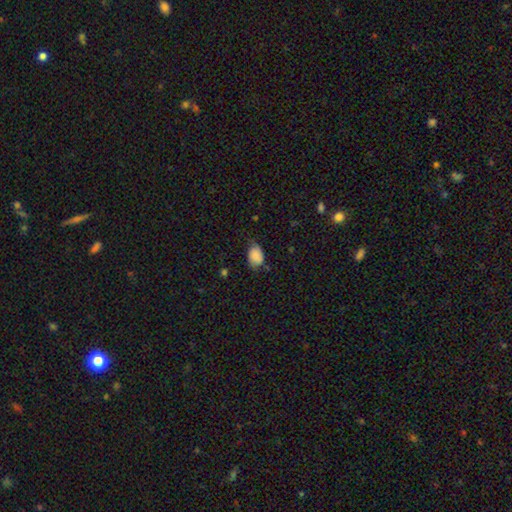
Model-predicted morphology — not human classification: A smooth galaxy with no disk features (78%) that is in between round and cigar-shaped (82%). Merging: none (45%).